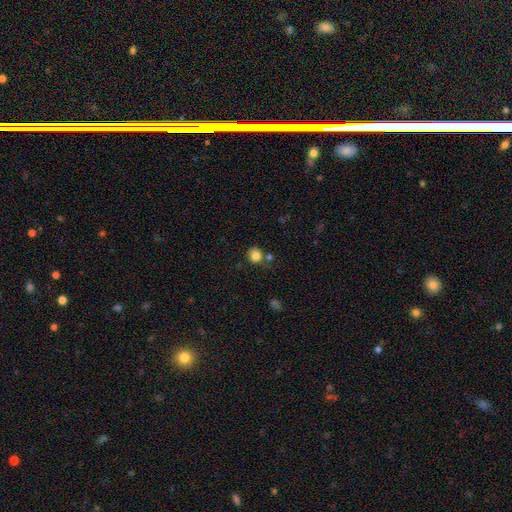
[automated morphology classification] smooth-or-featured: smooth: 83% | star or artifact: 11% | featured or disk: 6%
  how-rounded: round: 85% | in between: 14% | cigar-shaped: 1%
  merging: none: 71% | minor disturbance: 13% | merger: 12% | major disturbance: 4%